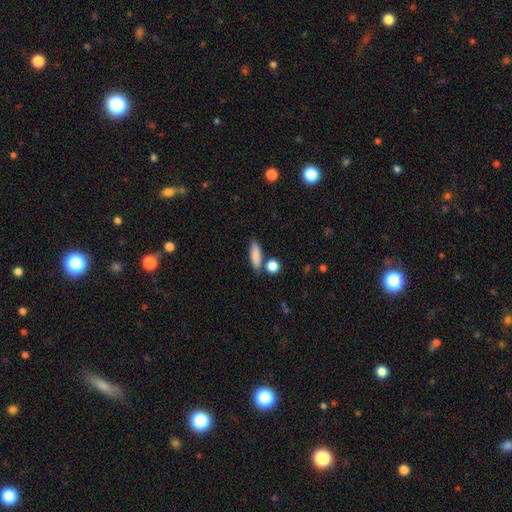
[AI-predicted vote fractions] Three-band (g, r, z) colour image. It shows a smooth galaxy with no disk features (85%) that is in between round and cigar-shaped (49%). Merging: none (73%).